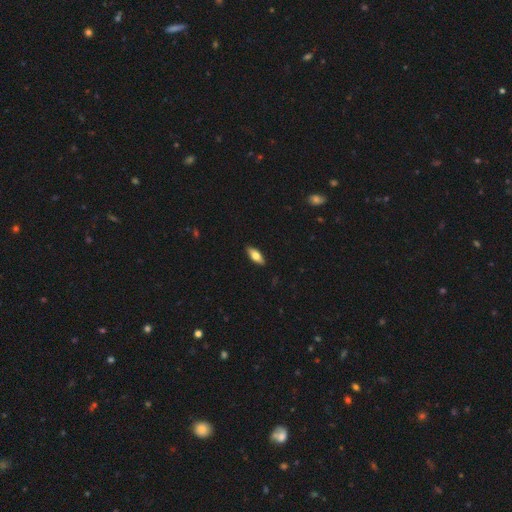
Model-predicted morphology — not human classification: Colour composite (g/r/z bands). It shows a smooth galaxy with no disk features (70%) that is in between round and cigar-shaped (76%). Merging: none (89%).